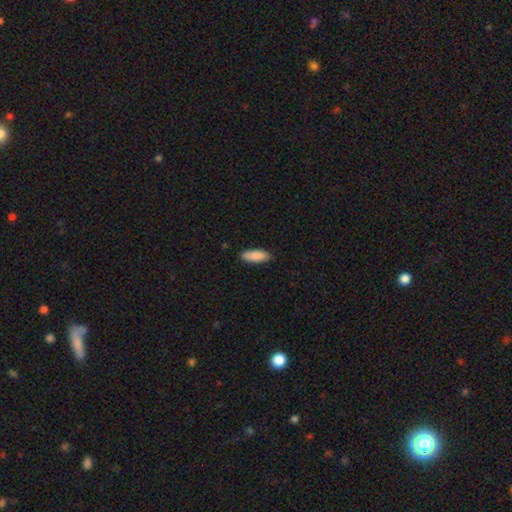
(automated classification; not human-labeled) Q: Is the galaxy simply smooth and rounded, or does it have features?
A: smooth — 89%.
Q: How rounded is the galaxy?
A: in between — 71%.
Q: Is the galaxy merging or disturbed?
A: none — 85%.